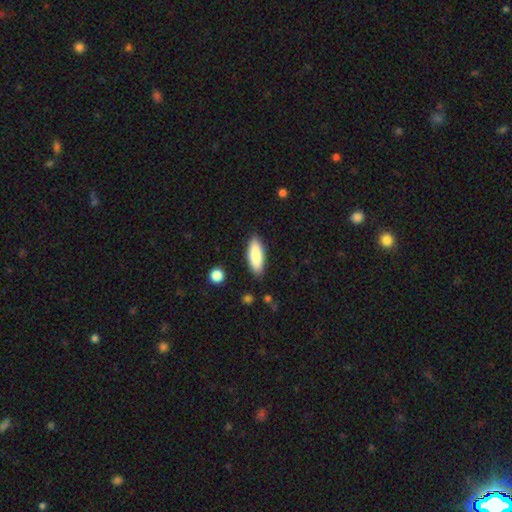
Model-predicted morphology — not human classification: smooth 86%, featured or disk 8%, star or artifact 6%. Down the decision tree: how rounded — in between (69%); merging — none (88%).